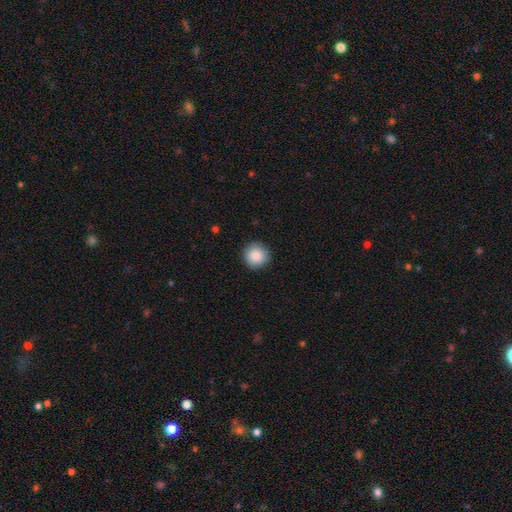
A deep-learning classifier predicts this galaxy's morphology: type=smooth (87%); roundness=round (94%); merging=none (90%).